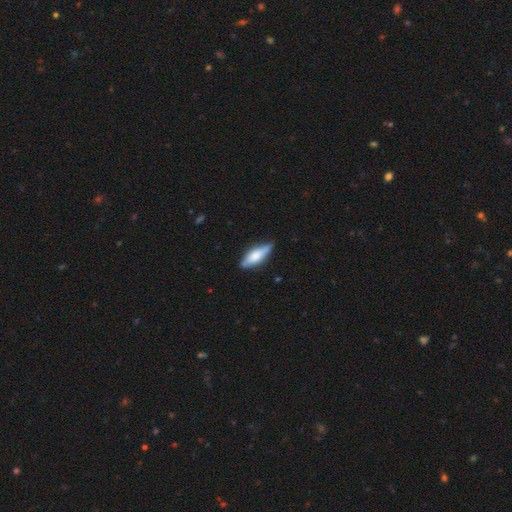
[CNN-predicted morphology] type=smooth (59%); roundness=in between (56%); merging=none (80%).